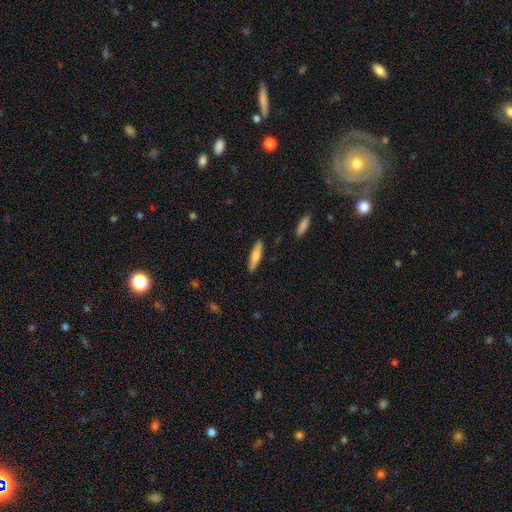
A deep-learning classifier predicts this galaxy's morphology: Smooth or featured: smooth — 68% (featured or disk — 27%)
How rounded: cigar-shaped — 75% (in between — 23%)
Merging: none — 89% (minor disturbance — 8%)